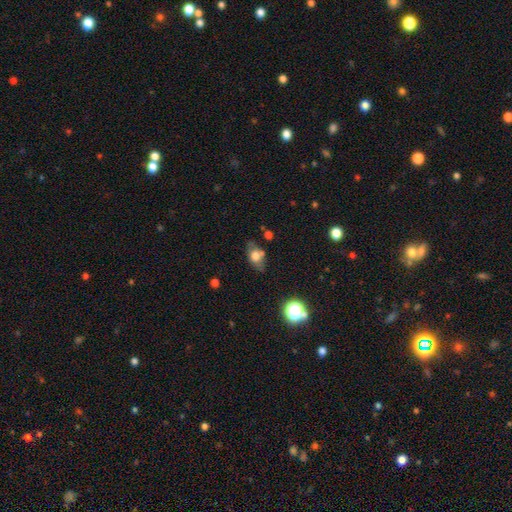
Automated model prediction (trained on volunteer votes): smooth_or_featured: smooth (p=0.60) [alt: featured or disk p=0.28]
how_rounded: in between (p=0.76) [alt: round p=0.19]
merging: none (p=0.60) [alt: minor disturbance p=0.23]